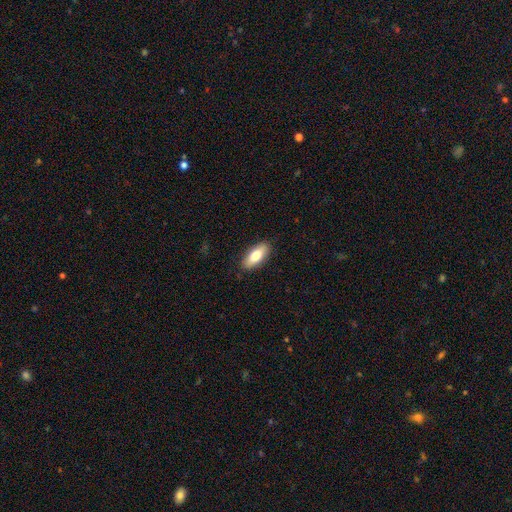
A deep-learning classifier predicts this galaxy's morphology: A smooth galaxy with no disk features (77%) that is in between round and cigar-shaped (80%).

Vote fractions:
- Smooth or featured? smooth: 77% / featured or disk: 17% / star or artifact: 6%
- How rounded? in between: 80% / cigar-shaped: 17% / round: 2%
- Merging? none: 88% / minor disturbance: 9% / major disturbance: 2% / merger: 1%